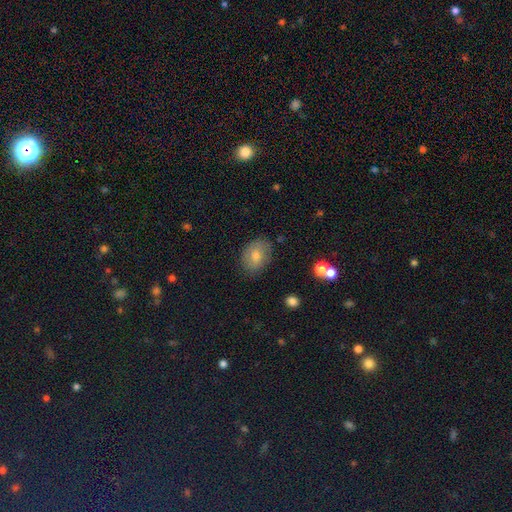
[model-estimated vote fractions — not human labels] A smooth galaxy with no disk features (68%) that is in between round and cigar-shaped (71%). Merging: none (82%).